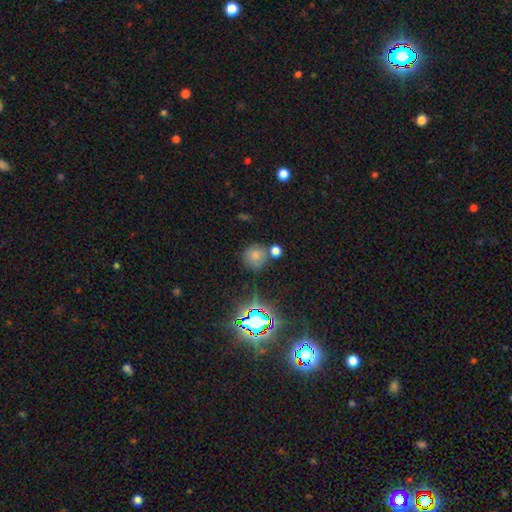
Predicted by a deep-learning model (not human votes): Smooth or featured? smooth (67%)
How rounded? round (90%)
Merging? none (68%)